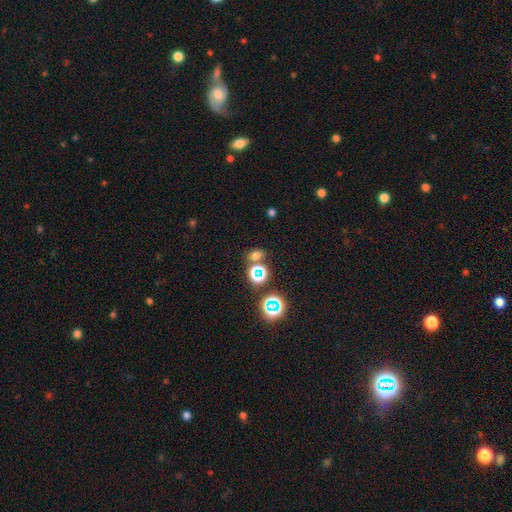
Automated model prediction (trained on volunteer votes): Morphology: type=smooth (59%); roundness=round (51%); merging=none (72%).